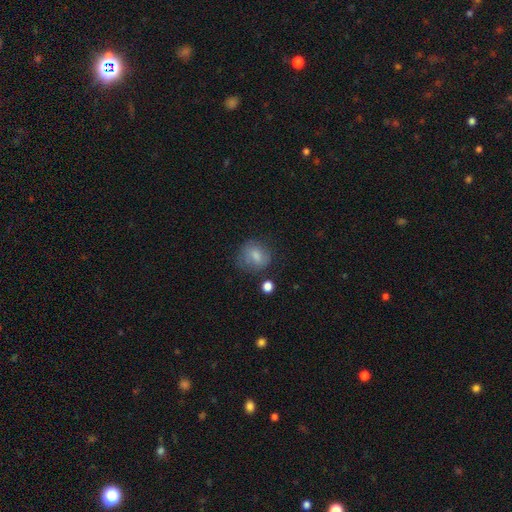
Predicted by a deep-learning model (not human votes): smooth-or-featured: smooth: 74% | featured or disk: 17% | star or artifact: 10%
  how-rounded: round: 66% | in between: 33% | cigar-shaped: 1%
  merging: none: 60% | minor disturbance: 25% | major disturbance: 11% | merger: 4%